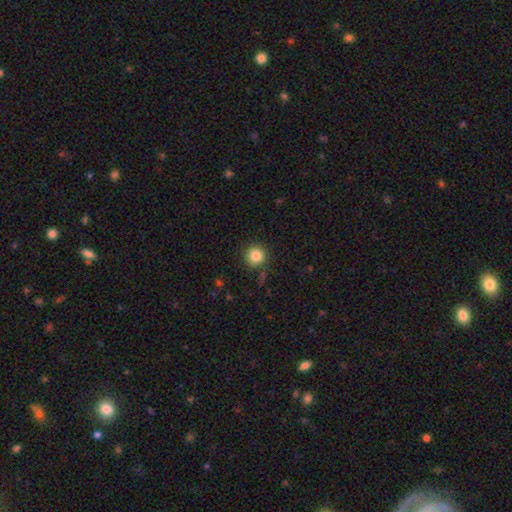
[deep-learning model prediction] Morphology: type=smooth (84%); roundness=round (94%); merging=none (86%).